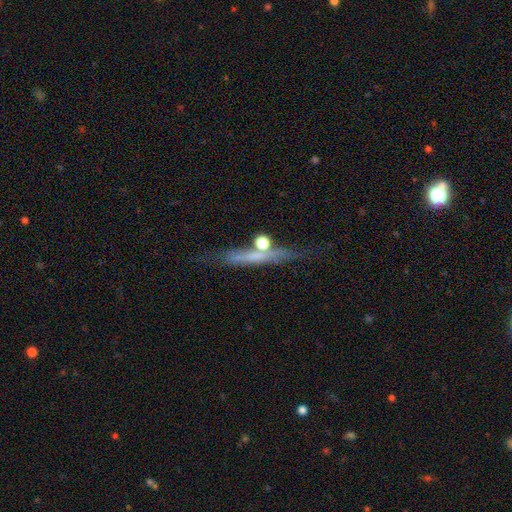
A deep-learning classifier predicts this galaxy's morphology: smooth-or-featured: featured or disk: 54% | smooth: 34% | star or artifact: 12%
  disk-edge-on: yes: 87% | no: 13%
  merging: none: 68% | minor disturbance: 16% | merger: 8% | major disturbance: 7%